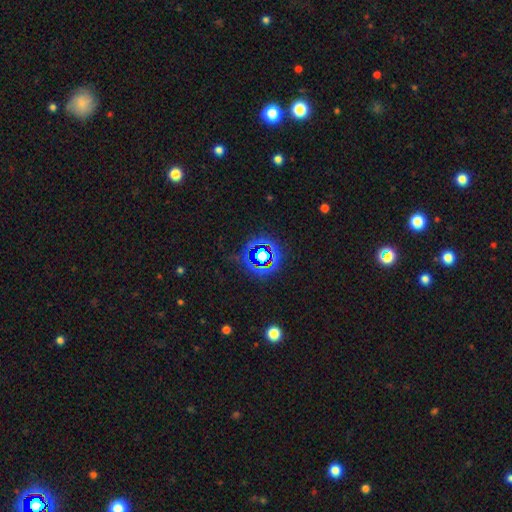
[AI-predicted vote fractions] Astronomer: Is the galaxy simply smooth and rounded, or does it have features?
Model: star or artifact — 77%.